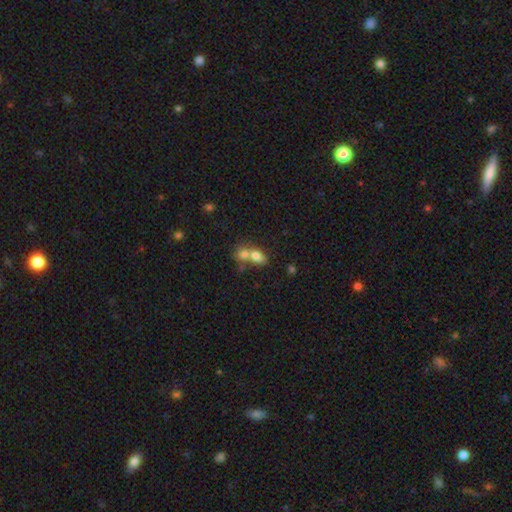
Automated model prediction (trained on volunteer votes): Smooth or featured? smooth (73%)
How rounded? in between (71%)
Merging? merger (68%)